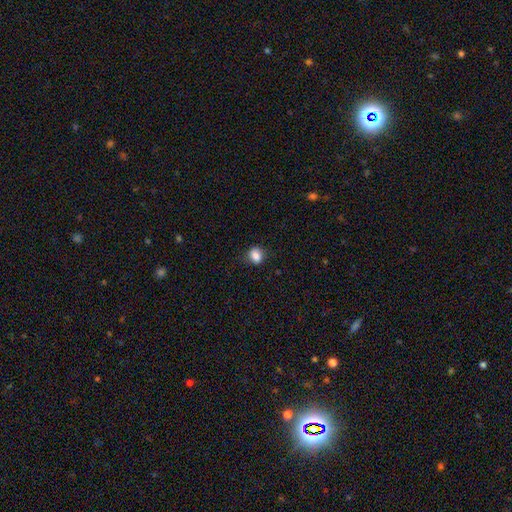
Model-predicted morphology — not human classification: Smooth or featured? smooth (85%)
How rounded? in between (49%, tied with round)
Merging? none (78%)